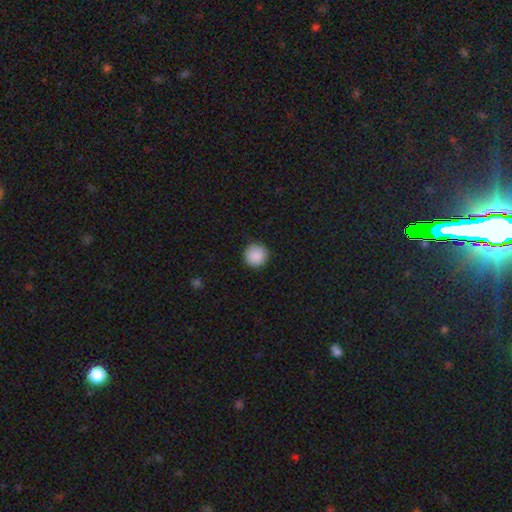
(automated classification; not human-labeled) Smooth or featured?
  - smooth: 90% *
  - star or artifact: 8%
  - featured or disk: 2%
How rounded?
  - round: 96% *
  - in between: 3%
  - cigar-shaped: 1%
Merging?
  - none: 91% *
  - minor disturbance: 6%
  - major disturbance: 2%
  - merger: 1%